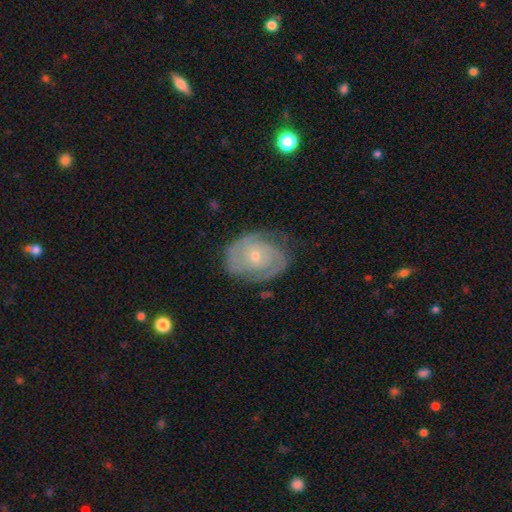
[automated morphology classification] Q: Smooth or featured?
A: featured or disk (83%); runner-up: smooth (12%)
Q: Edge-on disk?
A: no (97%); runner-up: yes (3%)
Q: Bar?
A: no (72%); runner-up: weak (24%)
Q: Spiral arms?
A: yes (93%); runner-up: no (7%)
Q: Spiral winding?
A: tight (67%); runner-up: medium (27%)
Q: Spiral arm count?
A: 2 (52%); runner-up: can't tell (24%)
Q: Bulge size?
A: small (61%); runner-up: moderate (36%)
Q: Merging?
A: none (69%); runner-up: minor disturbance (22%)